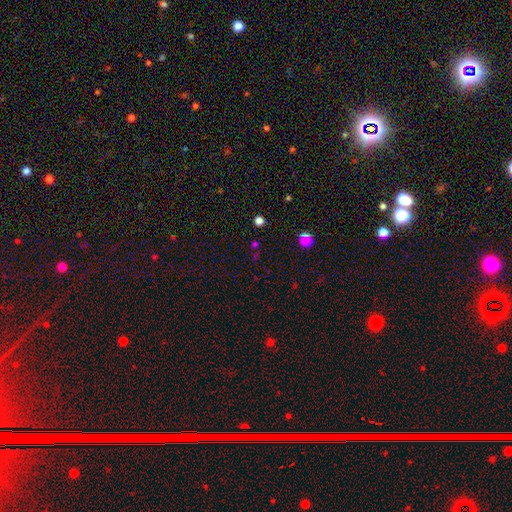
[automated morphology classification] smooth-or-featured: star or artifact: 52% | smooth: 41% | featured or disk: 7%